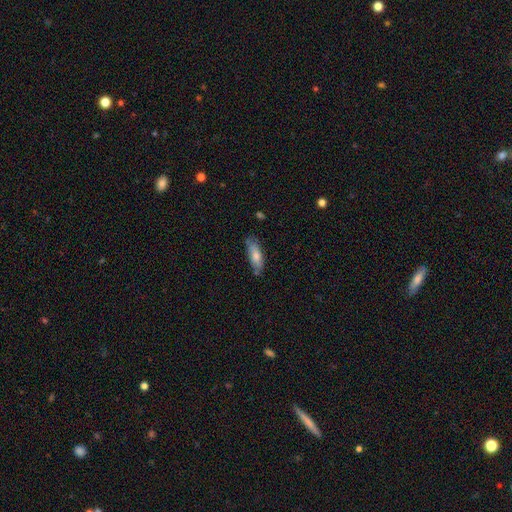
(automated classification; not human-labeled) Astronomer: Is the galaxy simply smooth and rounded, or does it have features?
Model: smooth — 71%.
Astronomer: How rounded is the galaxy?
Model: in between — 60% (runner-up: cigar-shaped, 38%).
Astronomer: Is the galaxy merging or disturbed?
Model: none — 67%.